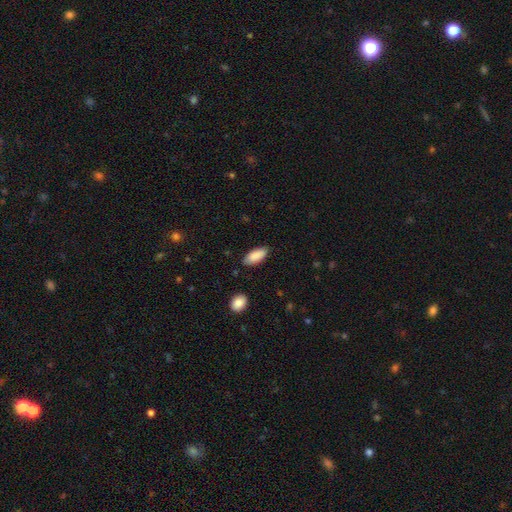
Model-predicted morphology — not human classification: Smooth or featured?
  - smooth: 89% *
  - star or artifact: 6%
  - featured or disk: 5%
How rounded?
  - in between: 86% *
  - cigar-shaped: 12%
  - round: 2%
Merging?
  - none: 83% *
  - minor disturbance: 13%
  - major disturbance: 3%
  - merger: 2%